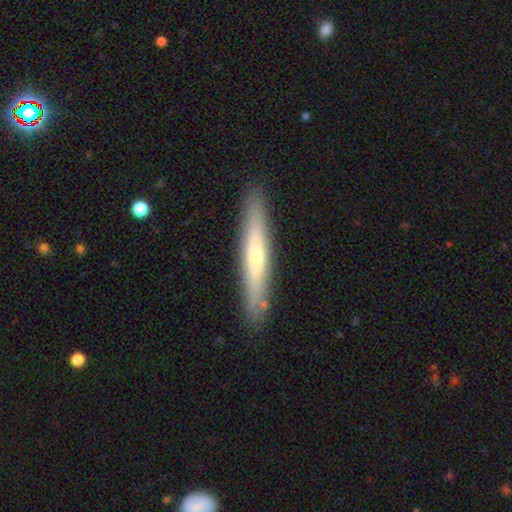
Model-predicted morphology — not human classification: Q: Smooth or featured?
A: featured or disk (51%); runner-up: smooth (43%)
Q: Edge-on disk?
A: yes (90%); runner-up: no (10%)
Q: Merging?
A: none (89%); runner-up: minor disturbance (8%)